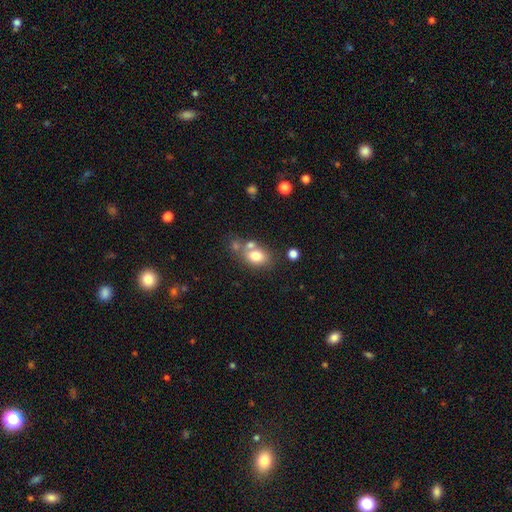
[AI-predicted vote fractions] Smooth or featured: smooth — 76% (featured or disk — 14%)
How rounded: in between — 70% (round — 28%)
Merging: none — 51% (merger — 29%)